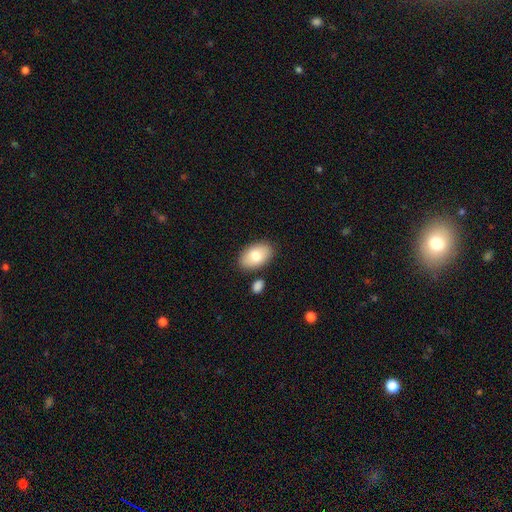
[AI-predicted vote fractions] Smooth or featured? Predicted: smooth (p=0.79). How rounded? Predicted: in between (p=0.93). Merging? Predicted: none (p=0.82).